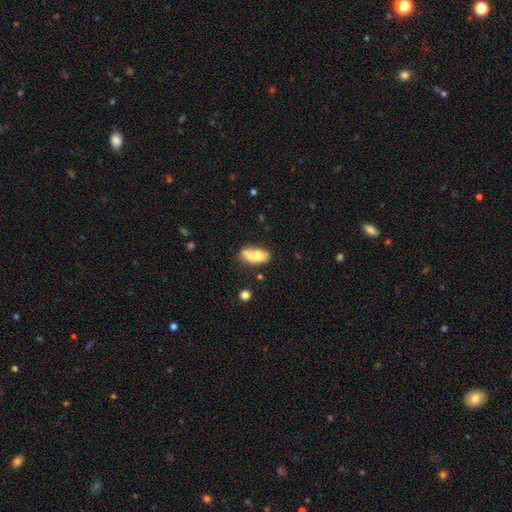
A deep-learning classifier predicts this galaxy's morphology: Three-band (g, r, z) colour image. It shows a smooth galaxy with no disk features (60%) that is in between round and cigar-shaped (80%). Merging: merger (50%).